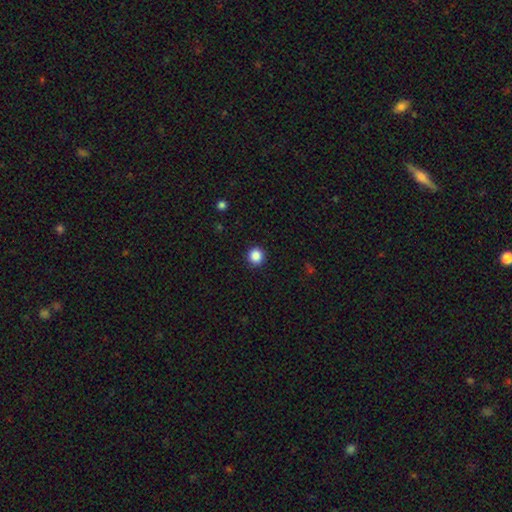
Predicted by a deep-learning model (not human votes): Smooth or featured?
  - smooth: 87% *
  - star or artifact: 11%
  - featured or disk: 3%
How rounded?
  - round: 95% *
  - in between: 4%
  - cigar-shaped: 1%
Merging?
  - none: 92% *
  - minor disturbance: 6%
  - major disturbance: 2%
  - merger: 1%